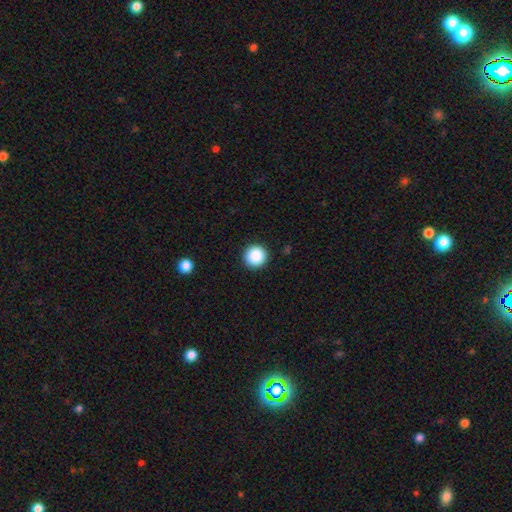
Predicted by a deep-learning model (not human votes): This appears to be a smooth galaxy with no disk features (88%) that is round (96%). Merging: none (93%).